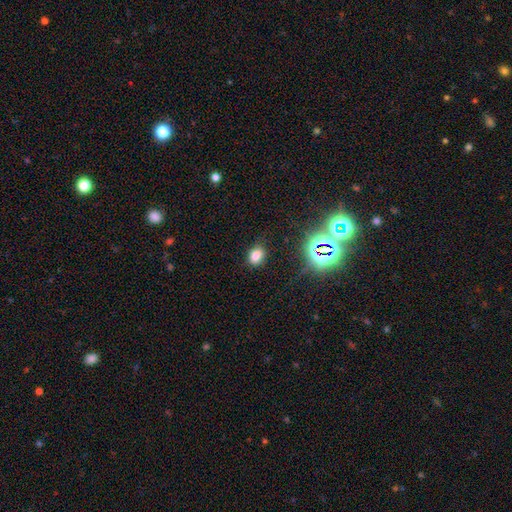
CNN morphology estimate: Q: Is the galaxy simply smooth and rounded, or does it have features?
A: smooth — 75%.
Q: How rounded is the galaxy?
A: in between — 59%.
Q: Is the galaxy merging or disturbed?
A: none — 81%.